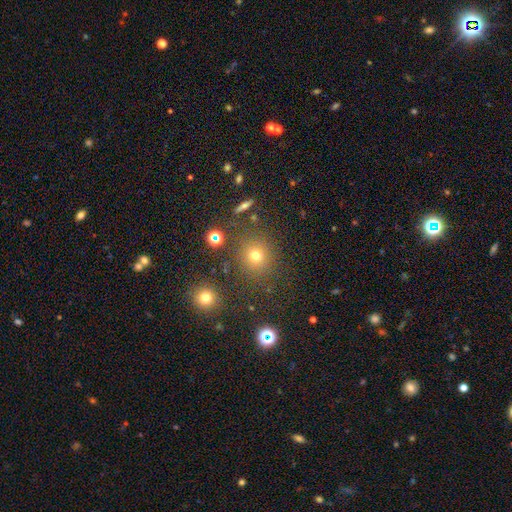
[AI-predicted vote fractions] smooth 69%, star or artifact 22%, featured or disk 8%. Down the decision tree: how rounded — round (89%); merging — none (83%).